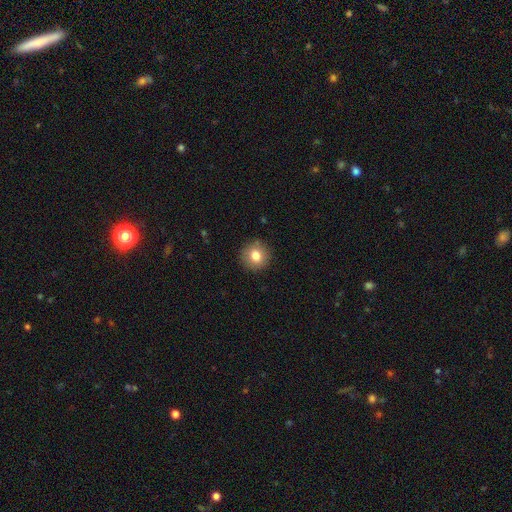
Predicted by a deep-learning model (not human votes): Overall: smooth (81%). How rounded: round (93%). Merging: none (91%).